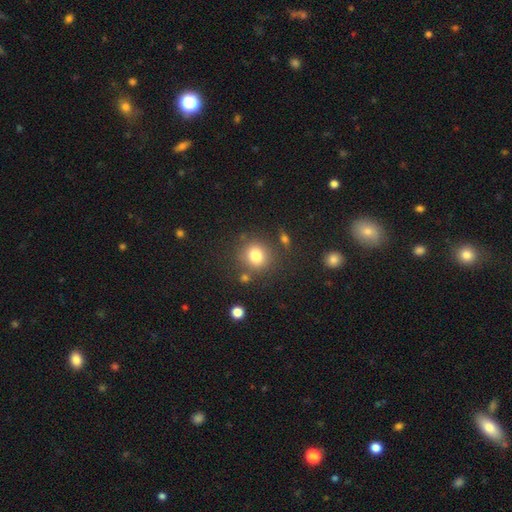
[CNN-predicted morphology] smooth-or-featured: smooth: 80% | star or artifact: 12% | featured or disk: 9%
  how-rounded: round: 83% | in between: 17% | cigar-shaped: 1%
  merging: none: 78% | minor disturbance: 11% | merger: 7% | major disturbance: 4%